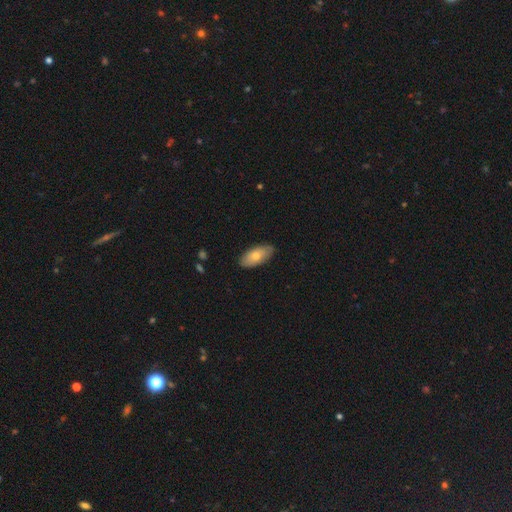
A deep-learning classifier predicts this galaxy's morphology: This is likely a smooth galaxy (70%). How rounded: clearly in between (89%). Merging: clearly none (87%).